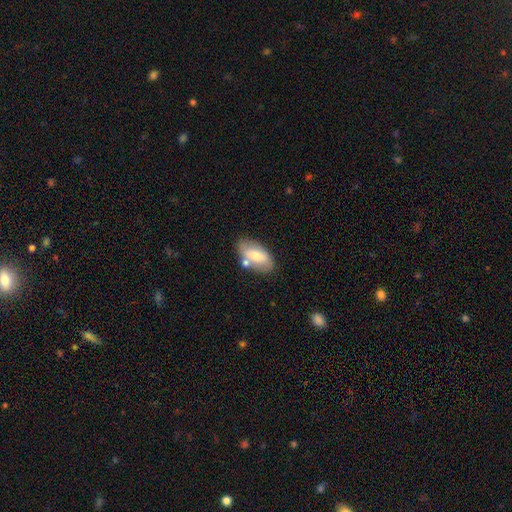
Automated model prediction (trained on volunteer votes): The model was most divided on "smooth or featured": smooth: 64%, featured or disk: 30%, star or artifact: 6%. More confident: how rounded — in between (92%); merging — none (65%).